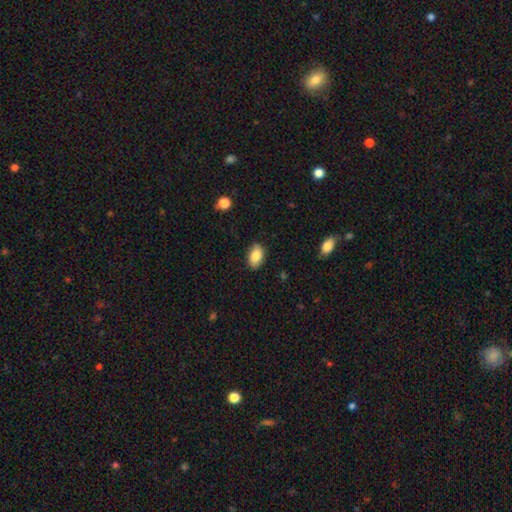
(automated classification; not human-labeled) This is clearly a smooth galaxy (84%). How rounded: clearly in between (91%). Merging: clearly none (83%).